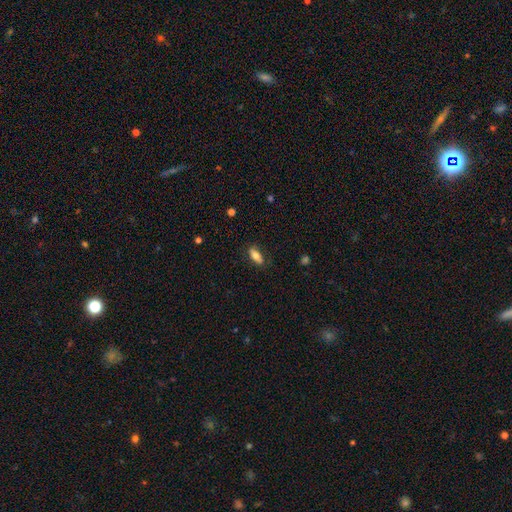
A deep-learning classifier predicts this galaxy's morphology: Smooth or featured? Predicted: smooth (p=0.69). How rounded? Predicted: in between (p=0.74). Merging? Predicted: none (p=0.79).